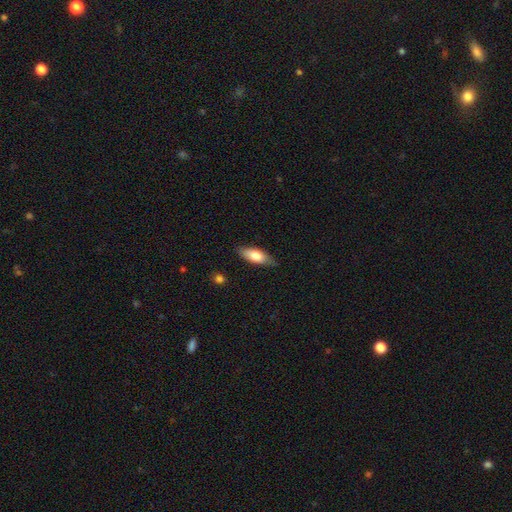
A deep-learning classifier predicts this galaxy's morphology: Smooth or featured? smooth (73%)
How rounded? in between (74%)
Merging? none (81%)